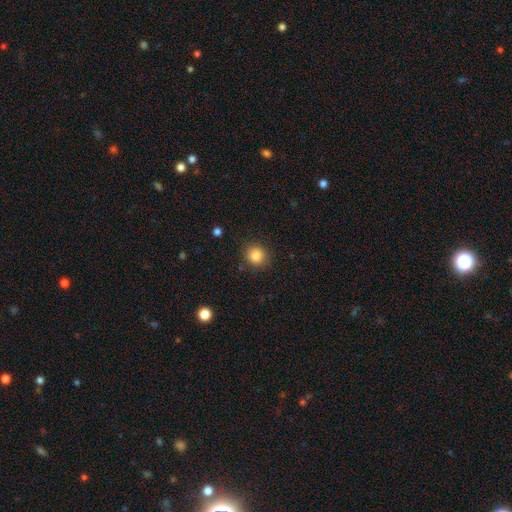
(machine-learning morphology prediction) type=smooth (85%); roundness=round (87%); merging=none (86%).